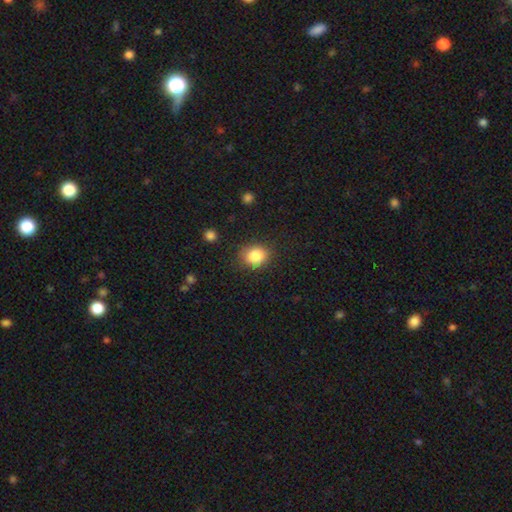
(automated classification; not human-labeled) A smooth galaxy with no disk features (85%) that is round (58%).

Vote fractions:
- Smooth or featured? smooth: 85% / star or artifact: 9% / featured or disk: 6%
- How rounded? round: 58% / in between: 41% / cigar-shaped: 1%
- Merging? none: 81% / minor disturbance: 14% / major disturbance: 4% / merger: 2%